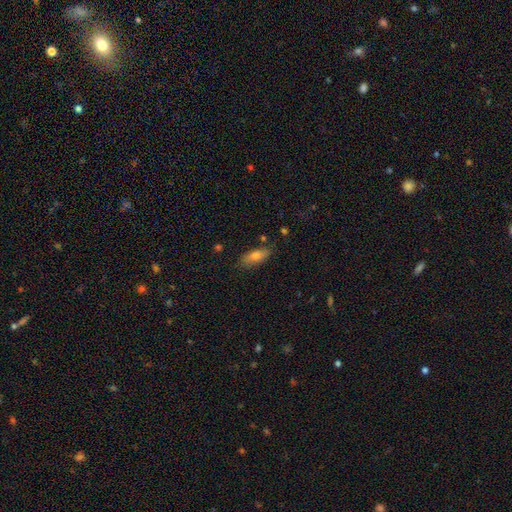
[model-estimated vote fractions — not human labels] Smooth or featured?
  - smooth: 74% *
  - featured or disk: 18%
  - star or artifact: 8%
How rounded?
  - in between: 73% *
  - cigar-shaped: 24%
  - round: 3%
Merging?
  - none: 81% *
  - minor disturbance: 14%
  - major disturbance: 3%
  - merger: 2%